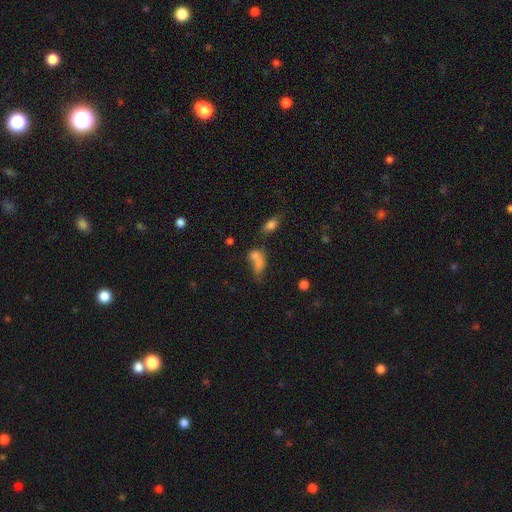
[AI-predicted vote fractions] This is likely a smooth galaxy (71%). How rounded: likely in between (71%). Merging: possibly merger (56%).